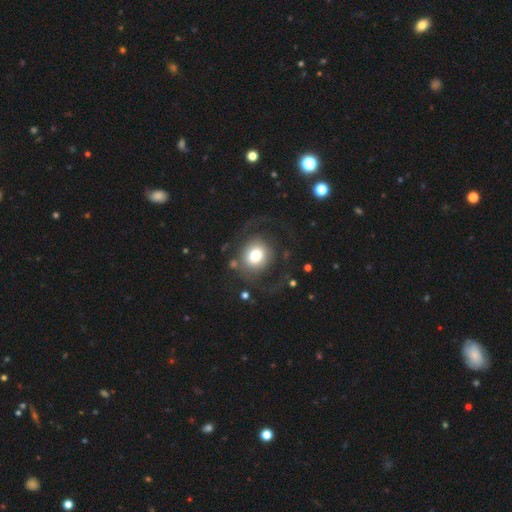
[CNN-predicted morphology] Smooth or featured?
  - smooth: 52% *
  - featured or disk: 39%
  - star or artifact: 9%
How rounded?
  - round: 80% *
  - in between: 19%
  - cigar-shaped: 1%
Merging?
  - none: 55% *
  - major disturbance: 27%
  - minor disturbance: 14%
  - merger: 3%